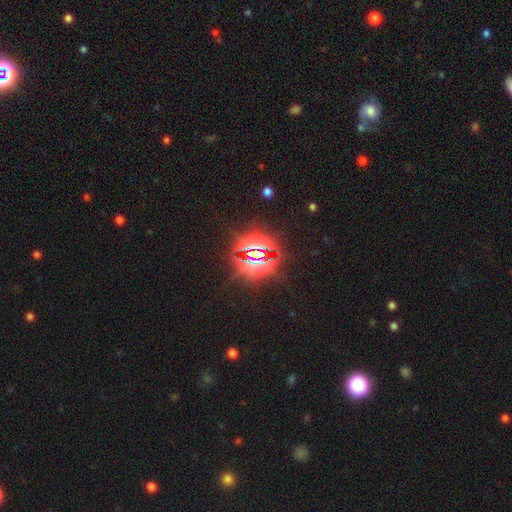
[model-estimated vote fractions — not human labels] This is clearly a star or artifact rather than a galaxy (82%).